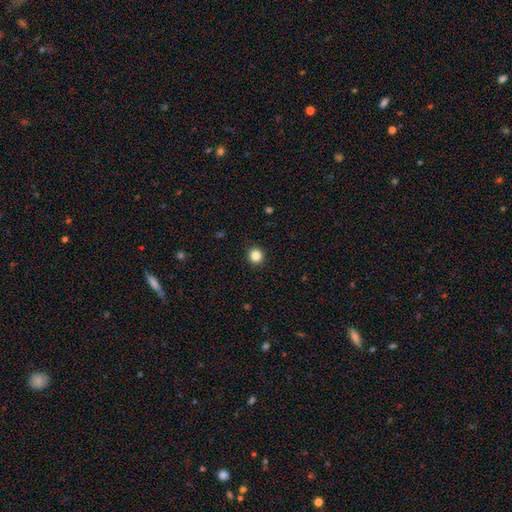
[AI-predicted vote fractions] Morphology: type=smooth (85%); roundness=round (92%); merging=none (92%).